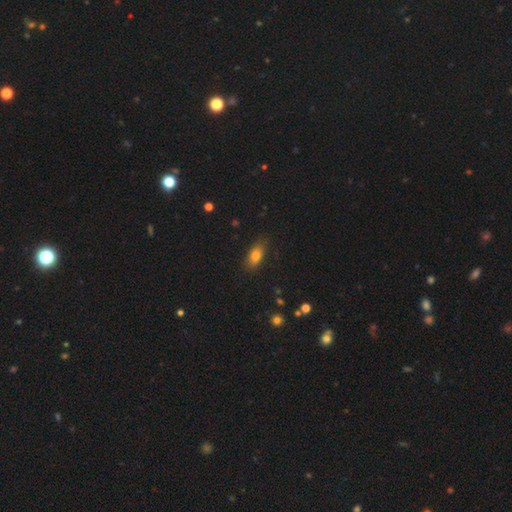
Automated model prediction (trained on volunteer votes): A smooth galaxy with no disk features (80%) that is in between round and cigar-shaped (84%). Merging: none (80%).